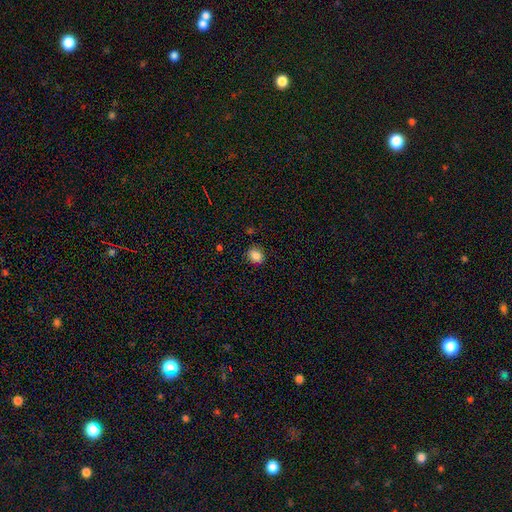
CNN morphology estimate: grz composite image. It shows a smooth galaxy with no disk features (86%) that is round (58%). Merging: none (84%).